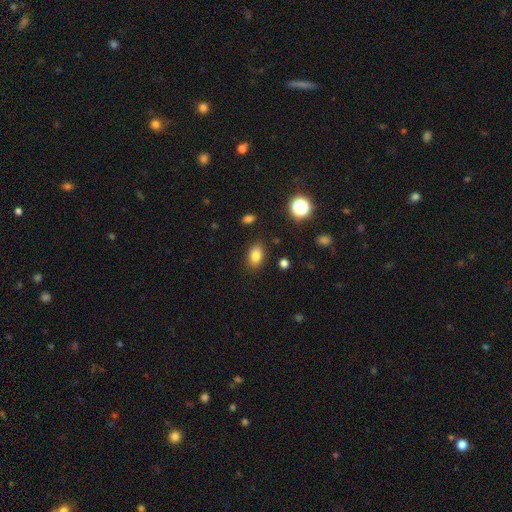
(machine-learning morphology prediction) type=smooth (82%); roundness=in between (82%); merging=none (86%).